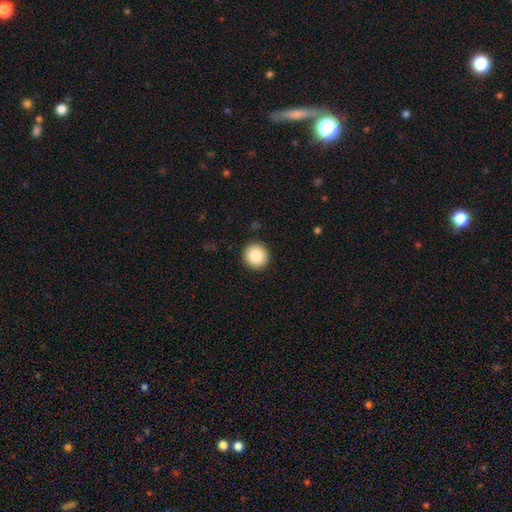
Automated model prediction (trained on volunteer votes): smooth_or_featured: smooth (p=0.86) [alt: star or artifact p=0.09]
how_rounded: round (p=0.94) [alt: in between p=0.05]
merging: none (p=0.92) [alt: minor disturbance p=0.05]